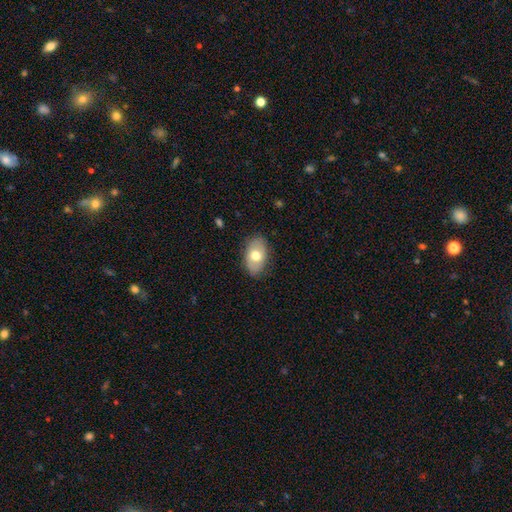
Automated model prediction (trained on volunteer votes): Smooth or featured? Predicted: smooth (p=0.67). How rounded? Predicted: in between (p=0.89). Merging? Predicted: none (p=0.83).